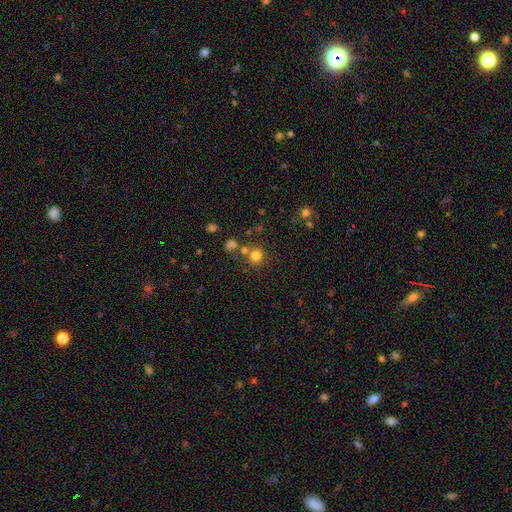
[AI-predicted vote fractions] smooth_or_featured: smooth (p=0.77) [alt: star or artifact p=0.16]
how_rounded: round (p=0.91) [alt: in between p=0.08]
merging: none (p=0.72) [alt: merger p=0.16]